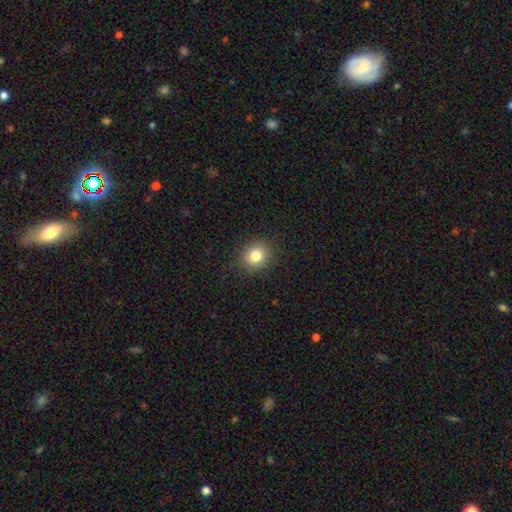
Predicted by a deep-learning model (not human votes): Smooth or featured: smooth — 81% (star or artifact — 11%)
How rounded: round — 78% (in between — 21%)
Merging: none — 89% (minor disturbance — 7%)